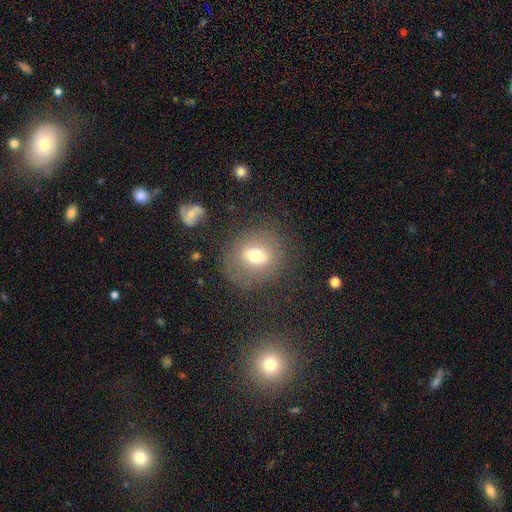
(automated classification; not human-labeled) Morphology: type=smooth (60%); roundness=round (67%); merging=none (77%).